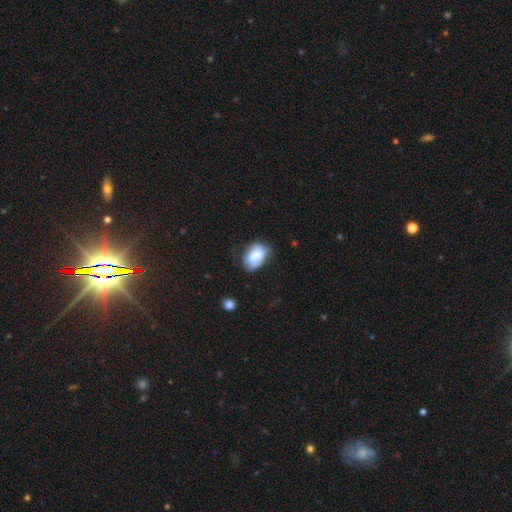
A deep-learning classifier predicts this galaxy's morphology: A smooth galaxy with no disk features (72%) that is in between round and cigar-shaped (86%). Merging: none (52%).